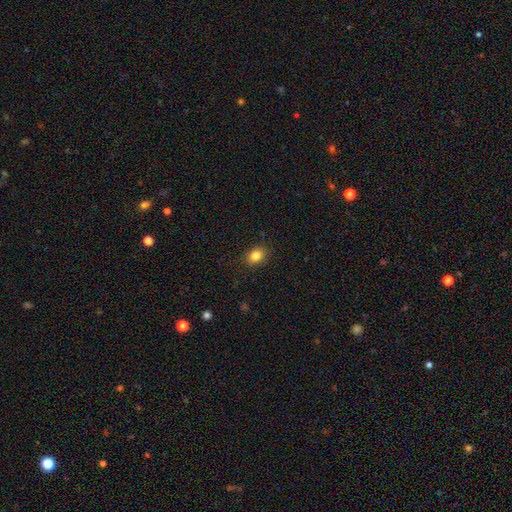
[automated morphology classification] Smooth or featured: smooth — 83% (star or artifact — 11%)
How rounded: round — 50% (in between — 49%)
Merging: none — 88% (minor disturbance — 9%)